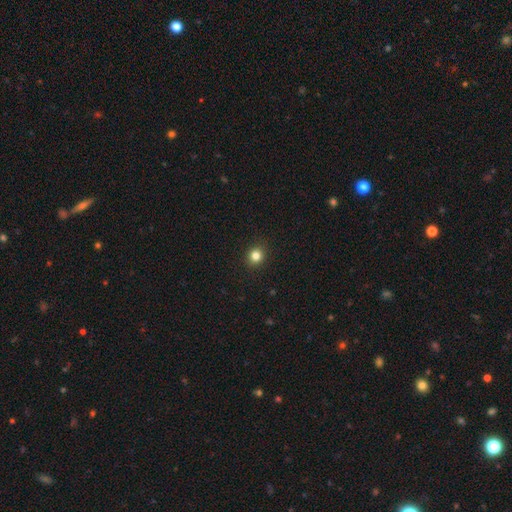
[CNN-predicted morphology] A smooth galaxy with no disk features (83%) that is round (89%).

Vote fractions:
- Smooth or featured? smooth: 83% / star or artifact: 13% / featured or disk: 5%
- How rounded? round: 89% / in between: 10% / cigar-shaped: 1%
- Merging? none: 92% / minor disturbance: 5% / major disturbance: 2% / merger: 1%